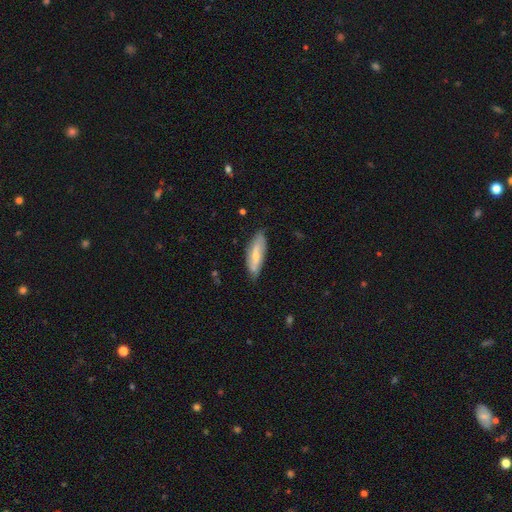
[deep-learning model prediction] This appears to be a smooth galaxy with no disk features (49%). Merging: none (76%).